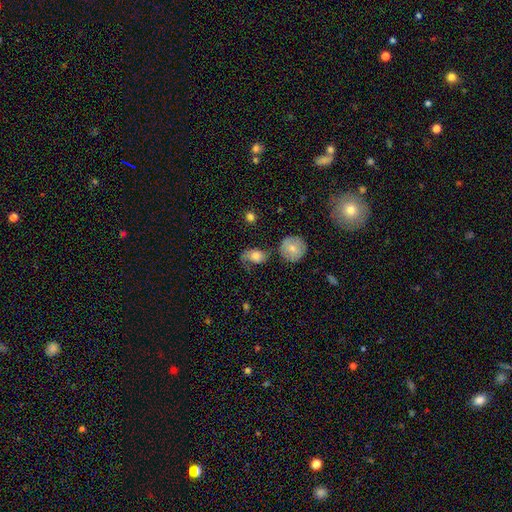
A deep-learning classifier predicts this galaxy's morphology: A smooth galaxy with no disk features (64%) that is in between round and cigar-shaped (68%).

Vote fractions:
- Smooth or featured? smooth: 64% / featured or disk: 28% / star or artifact: 8%
- How rounded? in between: 68% / round: 31% / cigar-shaped: 2%
- Merging? none: 37% / minor disturbance: 27% / major disturbance: 26% / merger: 10%